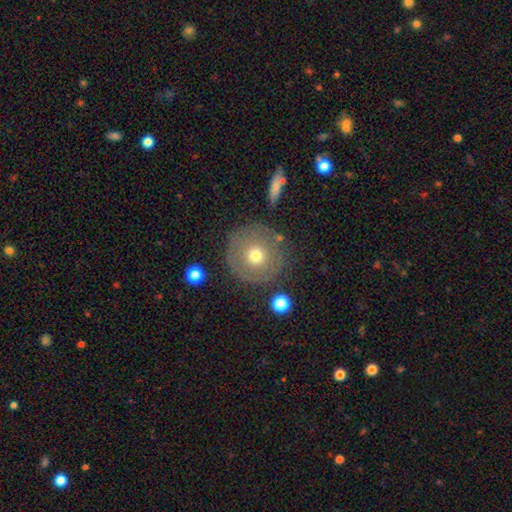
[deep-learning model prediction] smooth-or-featured: smooth: 60% | featured or disk: 30% | star or artifact: 9%
  how-rounded: round: 95% | in between: 4% | cigar-shaped: 1%
  merging: none: 79% | minor disturbance: 12% | major disturbance: 6% | merger: 3%